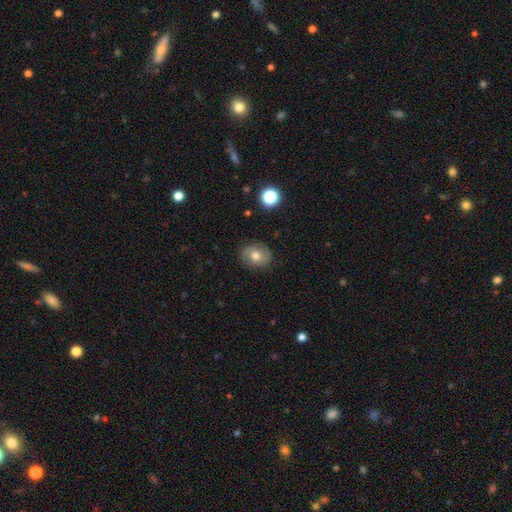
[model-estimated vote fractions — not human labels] A smooth galaxy with no disk features (54%) that is round (59%). Merging: none (83%).